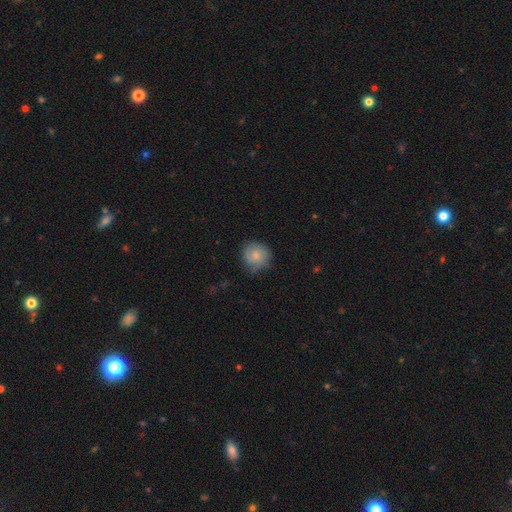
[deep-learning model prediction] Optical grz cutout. It shows a smooth galaxy with no disk features (71%) that is round (87%). Merging: none (68%).